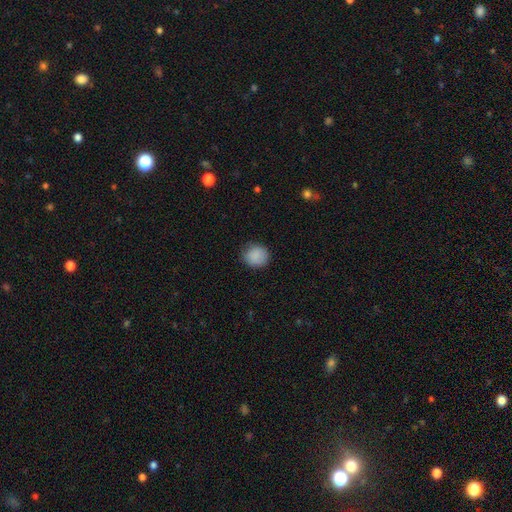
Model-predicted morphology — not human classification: smooth 88%, star or artifact 8%, featured or disk 4%. Down the decision tree: how rounded — round (84%); merging — none (81%).